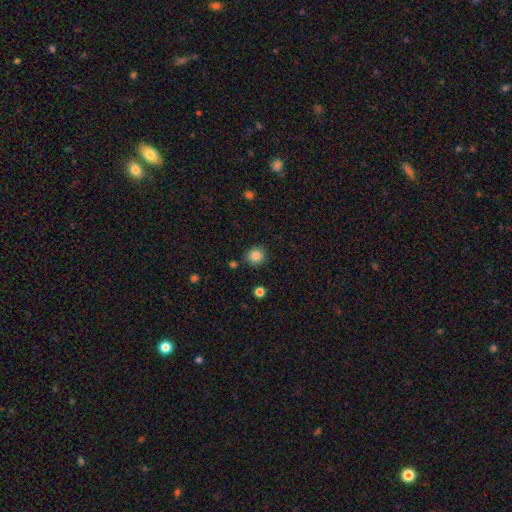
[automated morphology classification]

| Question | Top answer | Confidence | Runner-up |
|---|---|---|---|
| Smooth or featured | smooth | 85% | star or artifact (10%) |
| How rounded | round | 90% | in between (9%) |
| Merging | none | 86% | minor disturbance (8%) |